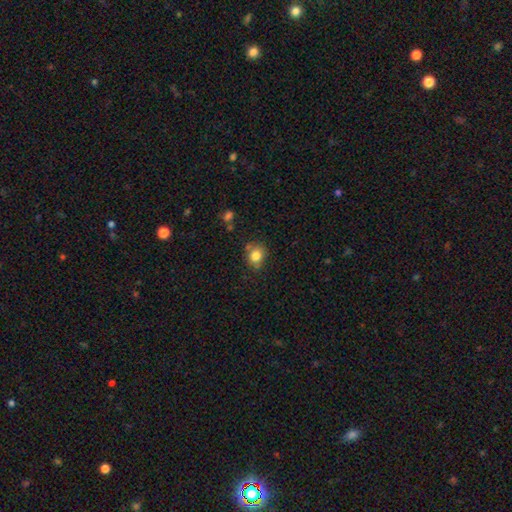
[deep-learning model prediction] Morphology: type=smooth (81%); roundness=round (73%); merging=none (69%).